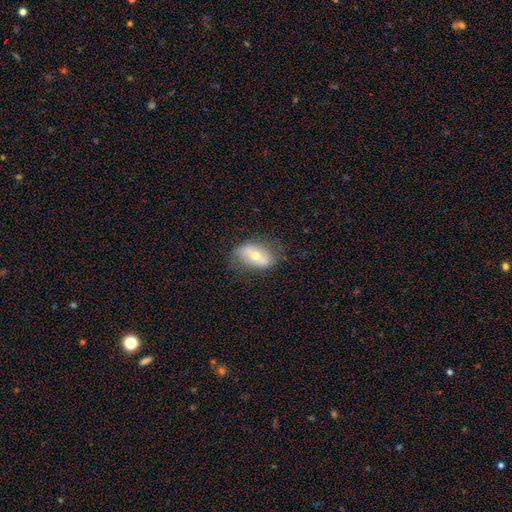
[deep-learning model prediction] smooth-or-featured: smooth: 52% | featured or disk: 40% | star or artifact: 7%
  how-rounded: in between: 88% | round: 9% | cigar-shaped: 3%
  merging: none: 72% | minor disturbance: 20% | major disturbance: 7% | merger: 1%